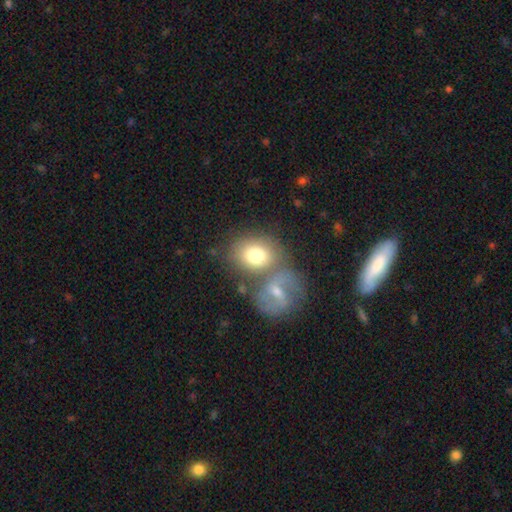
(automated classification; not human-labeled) Smooth or featured? smooth (70%)
How rounded? in between (51%)
Merging? merger (42%)